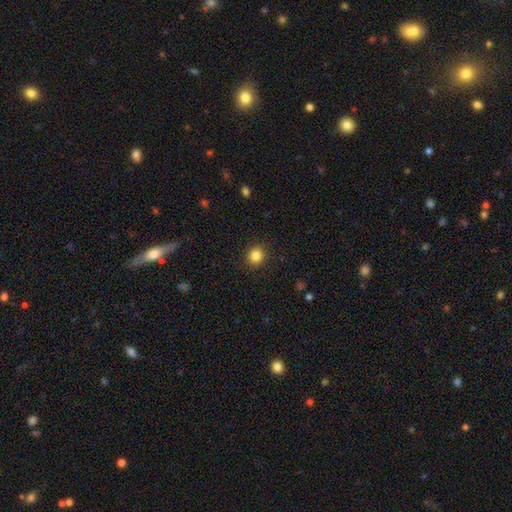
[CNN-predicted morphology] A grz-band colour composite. It shows a smooth galaxy with no disk features (84%) that is round (89%). Merging: none (91%).